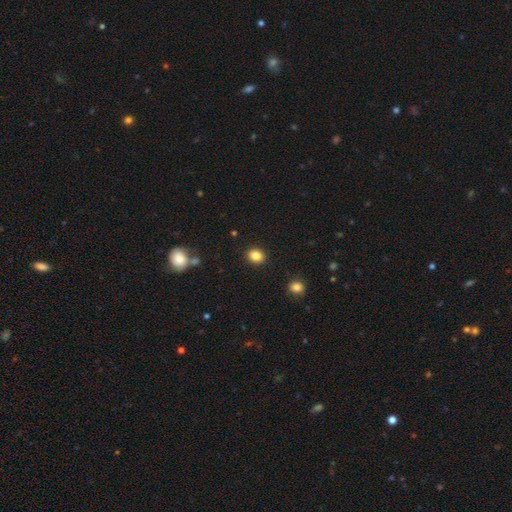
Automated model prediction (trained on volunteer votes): The model was most divided on "how rounded": round: 55%, in between: 44%, cigar-shaped: 1%. More confident: merging — none (90%); smooth or featured — smooth (86%).